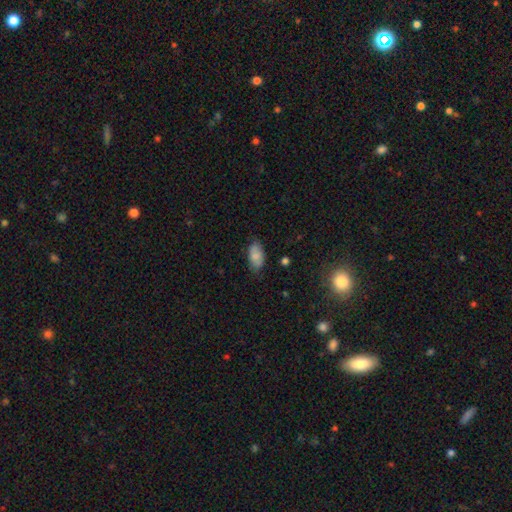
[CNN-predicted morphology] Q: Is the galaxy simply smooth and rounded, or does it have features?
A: smooth — 81%.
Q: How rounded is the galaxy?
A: in between — 92%.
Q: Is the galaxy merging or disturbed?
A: none — 73%.